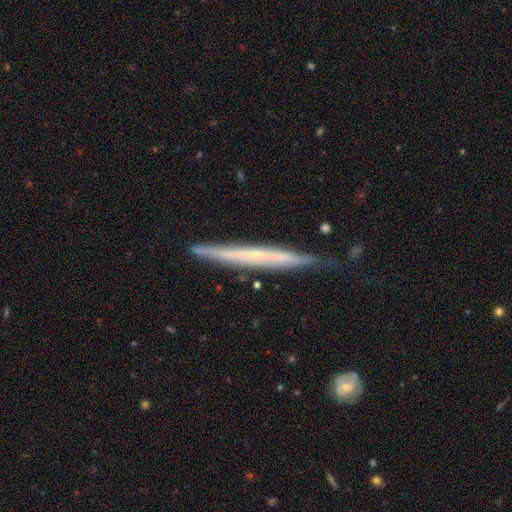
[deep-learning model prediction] Smooth or featured? featured or disk (59%)
Edge-on disk? yes (95%)
Edge-on bulge? none (81%)
Merging? none (80%)